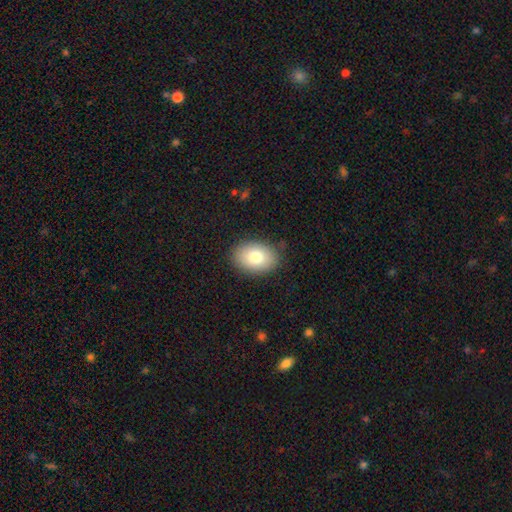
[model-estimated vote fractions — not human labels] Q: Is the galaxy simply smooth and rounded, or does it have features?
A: smooth — 78%.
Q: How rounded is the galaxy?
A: in between — 78%.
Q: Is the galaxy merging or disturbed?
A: none — 90%.